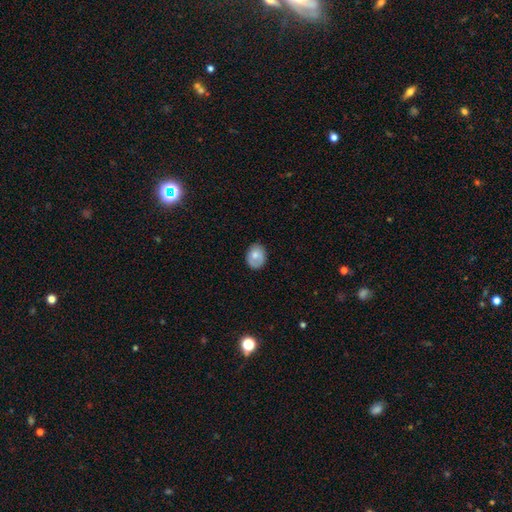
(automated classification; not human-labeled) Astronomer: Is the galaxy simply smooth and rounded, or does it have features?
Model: smooth — 72%.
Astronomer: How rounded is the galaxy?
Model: in between — 50% (runner-up: round, 49%).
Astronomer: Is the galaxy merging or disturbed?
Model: none — 77%.